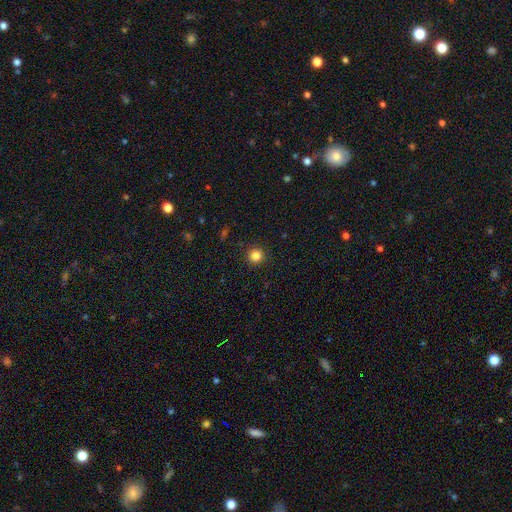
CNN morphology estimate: A smooth galaxy with no disk features (84%) that is round (95%).

Vote fractions:
- Smooth or featured? smooth: 84% / star or artifact: 12% / featured or disk: 4%
- How rounded? round: 95% / in between: 4% / cigar-shaped: 1%
- Merging? none: 92% / minor disturbance: 5% / major disturbance: 2% / merger: 1%